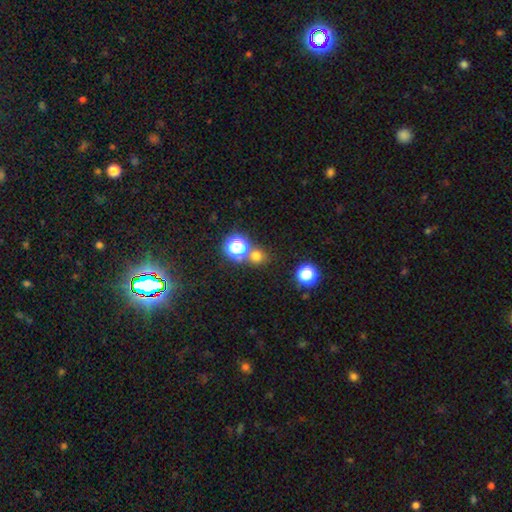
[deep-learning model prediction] Smooth or featured? smooth (67%)
How rounded? round (88%)
Merging? none (72%)